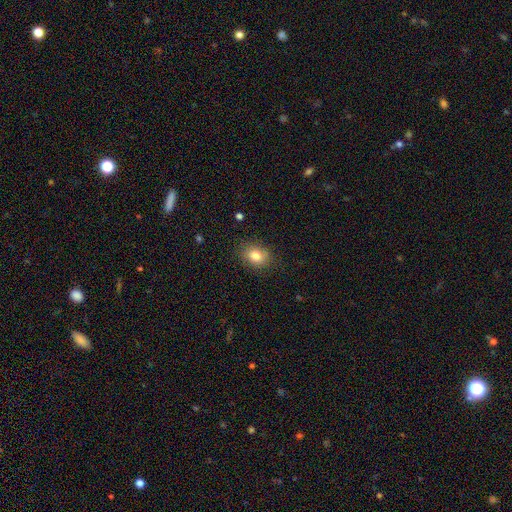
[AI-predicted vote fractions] Smooth or featured?
  - smooth: 81% *
  - star or artifact: 10%
  - featured or disk: 9%
How rounded?
  - in between: 54% *
  - round: 45%
  - cigar-shaped: 1%
Merging?
  - none: 83% *
  - minor disturbance: 13%
  - major disturbance: 3%
  - merger: 1%